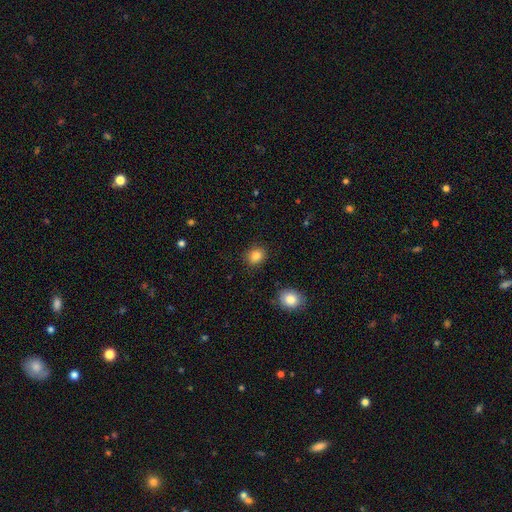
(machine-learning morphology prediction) type=smooth (84%); roundness=round (67%); merging=none (88%).